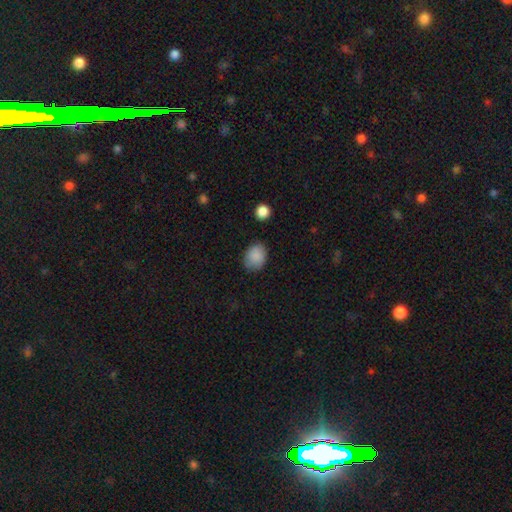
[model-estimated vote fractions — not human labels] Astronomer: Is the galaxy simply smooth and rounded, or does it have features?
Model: smooth — 87%.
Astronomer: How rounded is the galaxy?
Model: in between — 58% (runner-up: round, 41%).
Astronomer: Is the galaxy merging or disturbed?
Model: none — 76%.